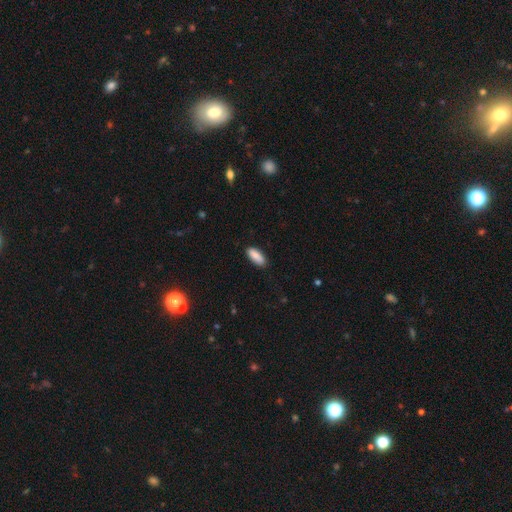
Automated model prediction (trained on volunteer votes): A smooth galaxy with no disk features (89%) that is in between round and cigar-shaped (75%).

Vote fractions:
- Smooth or featured? smooth: 89% / star or artifact: 6% / featured or disk: 4%
- How rounded? in between: 75% / cigar-shaped: 23% / round: 2%
- Merging? none: 87% / minor disturbance: 10% / major disturbance: 2% / merger: 1%